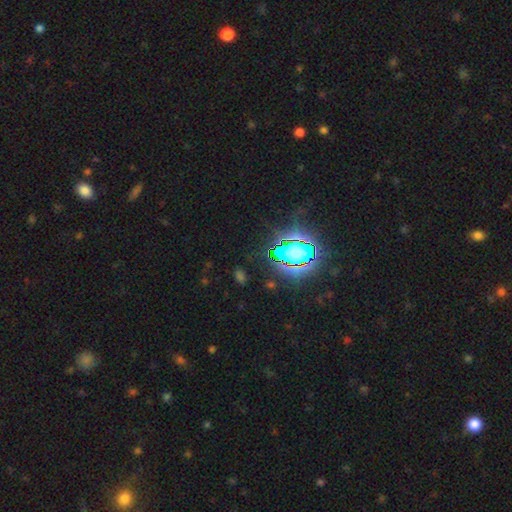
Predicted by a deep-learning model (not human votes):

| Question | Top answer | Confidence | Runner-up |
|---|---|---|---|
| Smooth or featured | star or artifact | 79% | smooth (13%) |